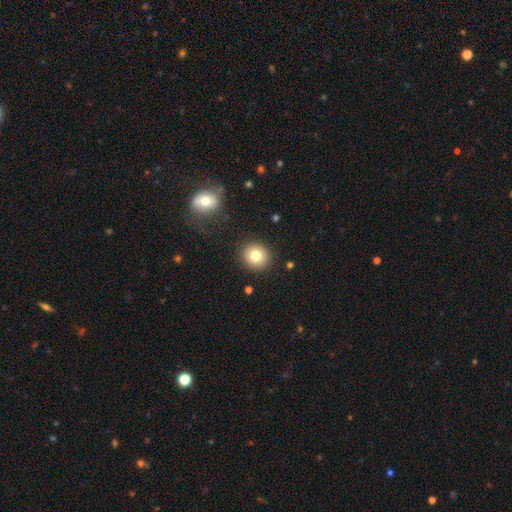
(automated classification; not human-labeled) This appears to be a smooth galaxy with no disk features (79%) that is round (87%). Merging: none (89%).